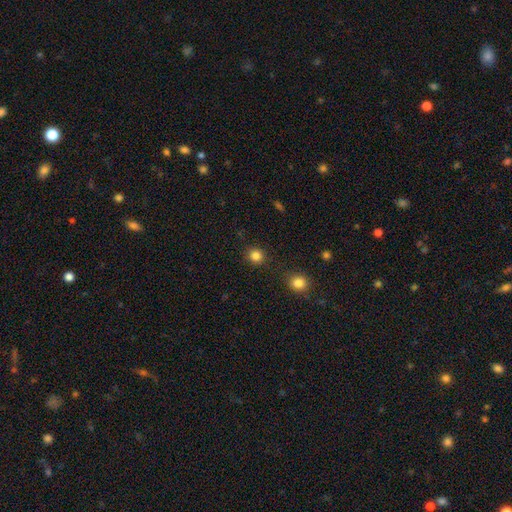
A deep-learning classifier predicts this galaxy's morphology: Smooth or featured?
  - smooth: 84% *
  - star or artifact: 12%
  - featured or disk: 4%
How rounded?
  - round: 90% *
  - in between: 9%
  - cigar-shaped: 1%
Merging?
  - none: 88% *
  - minor disturbance: 7%
  - merger: 3%
  - major disturbance: 2%